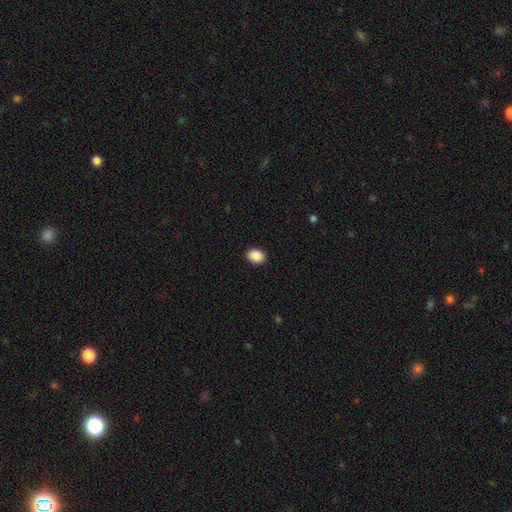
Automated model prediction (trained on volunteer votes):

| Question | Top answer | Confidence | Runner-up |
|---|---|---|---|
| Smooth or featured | smooth | 90% | star or artifact (7%) |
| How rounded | in between | 72% | round (28%) |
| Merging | none | 91% | minor disturbance (7%) |